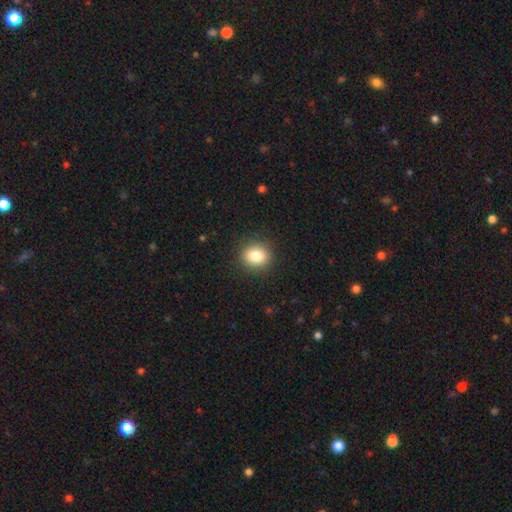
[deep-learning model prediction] Smooth or featured: smooth — 83% (star or artifact — 10%)
How rounded: round — 67% (in between — 32%)
Merging: none — 90% (minor disturbance — 7%)